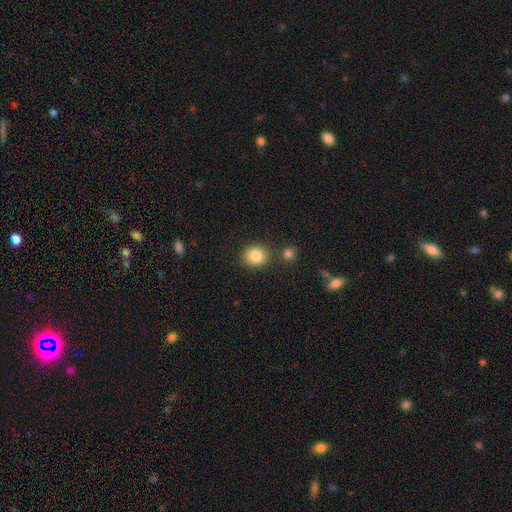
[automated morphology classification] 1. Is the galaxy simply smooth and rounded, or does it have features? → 84% smooth, 10% star or artifact, 6% featured or disk.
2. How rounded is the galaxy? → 79% round, 20% in between, 1% cigar-shaped.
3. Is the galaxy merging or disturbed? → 81% none, 9% minor disturbance, 7% merger, 3% major disturbance.